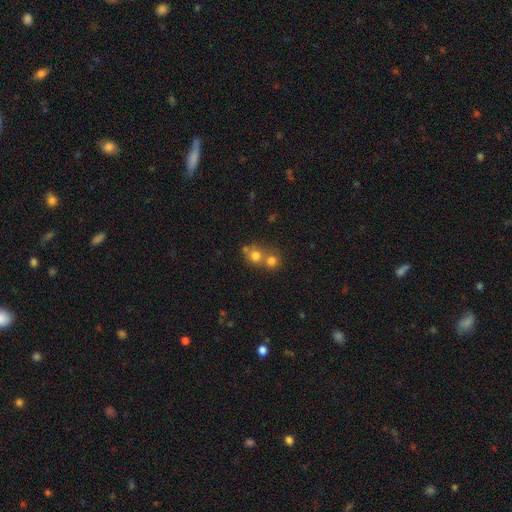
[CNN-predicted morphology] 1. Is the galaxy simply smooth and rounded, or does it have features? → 73% smooth, 14% star or artifact, 13% featured or disk.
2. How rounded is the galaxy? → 82% round, 17% in between, 1% cigar-shaped.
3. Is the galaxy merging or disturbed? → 51% merger, 40% none, 6% minor disturbance, 3% major disturbance.